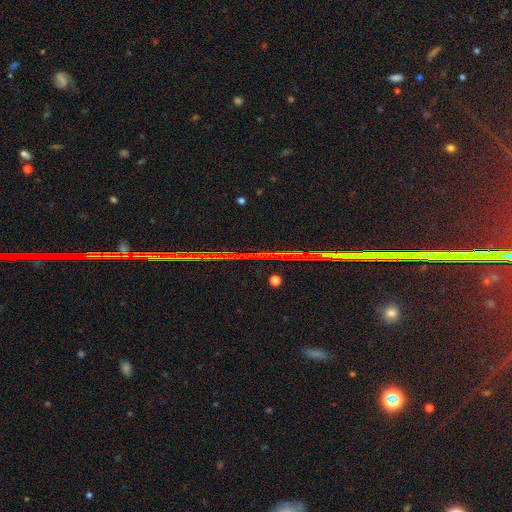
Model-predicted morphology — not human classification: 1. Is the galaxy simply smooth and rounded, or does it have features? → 84% star or artifact, 8% featured or disk, 7% smooth.